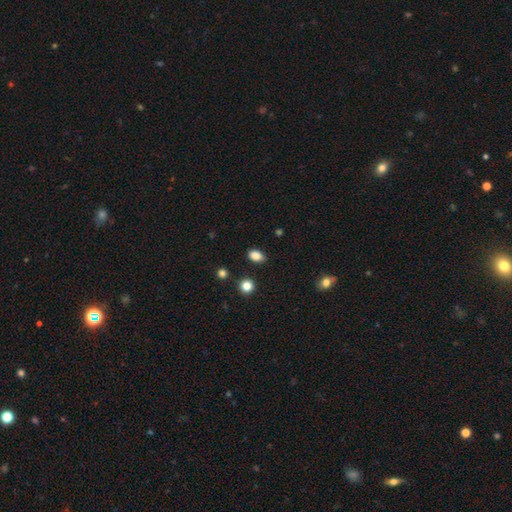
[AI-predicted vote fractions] smooth-or-featured: smooth: 86% | star or artifact: 10% | featured or disk: 4%
  how-rounded: in between: 80% | round: 18% | cigar-shaped: 2%
  merging: none: 84% | minor disturbance: 11% | major disturbance: 2% | merger: 2%